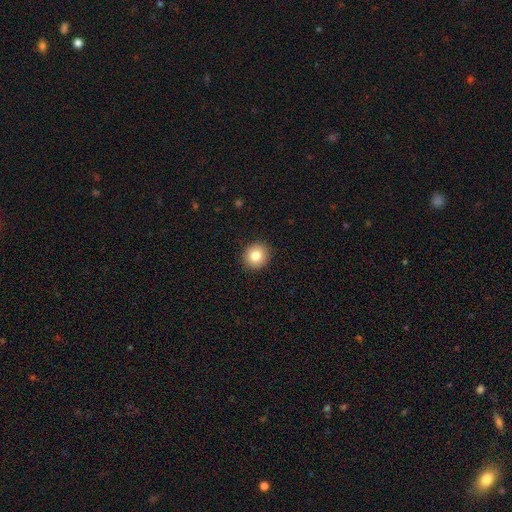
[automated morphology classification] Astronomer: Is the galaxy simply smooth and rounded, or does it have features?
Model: smooth — 81%.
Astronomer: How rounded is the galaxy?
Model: round — 89%.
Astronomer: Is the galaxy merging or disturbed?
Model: none — 92%.